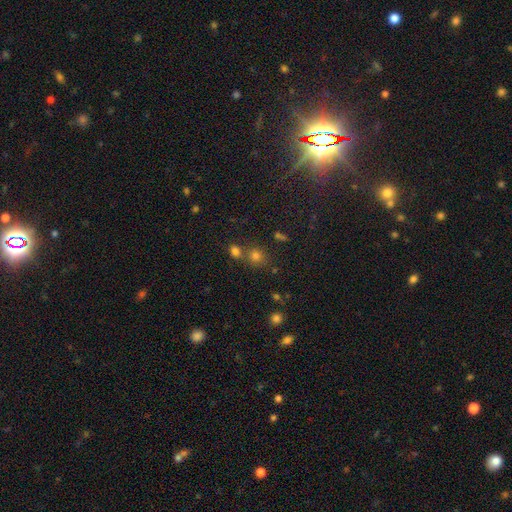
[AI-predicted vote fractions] A smooth galaxy with no disk features (72%) that is round (80%). Merging: none (61%).